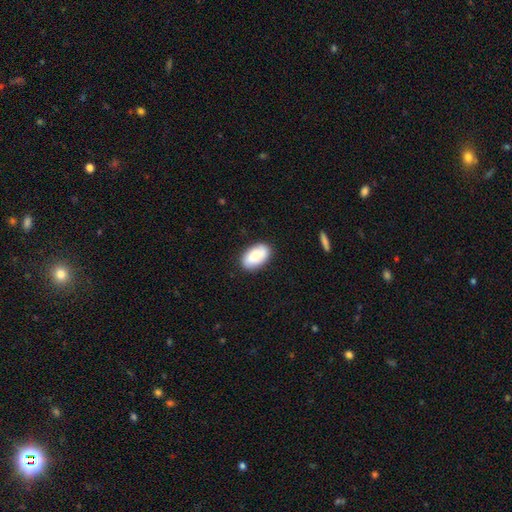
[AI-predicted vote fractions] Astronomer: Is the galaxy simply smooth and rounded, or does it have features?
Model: smooth — 85%.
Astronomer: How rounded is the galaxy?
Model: in between — 94%.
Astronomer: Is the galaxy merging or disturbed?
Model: none — 87%.